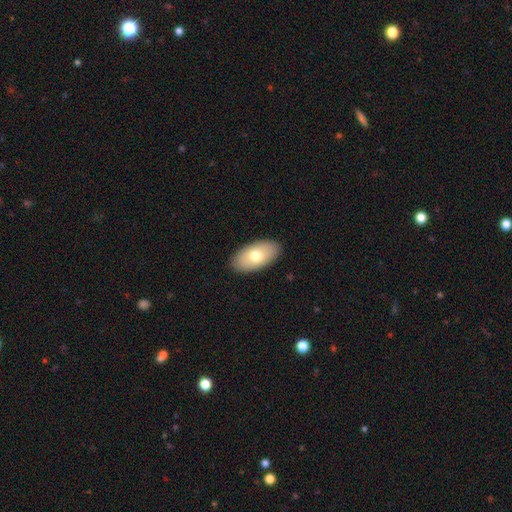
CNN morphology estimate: Smooth or featured?
  - smooth: 71% *
  - featured or disk: 23%
  - star or artifact: 6%
How rounded?
  - in between: 95% *
  - round: 3%
  - cigar-shaped: 2%
Merging?
  - none: 89% *
  - minor disturbance: 8%
  - major disturbance: 2%
  - merger: 1%